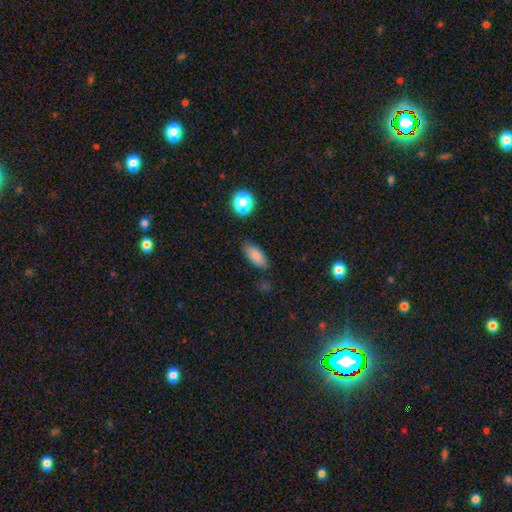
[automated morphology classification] A smooth galaxy with no disk features (84%) that is in between round and cigar-shaped (83%). Merging: none (81%).